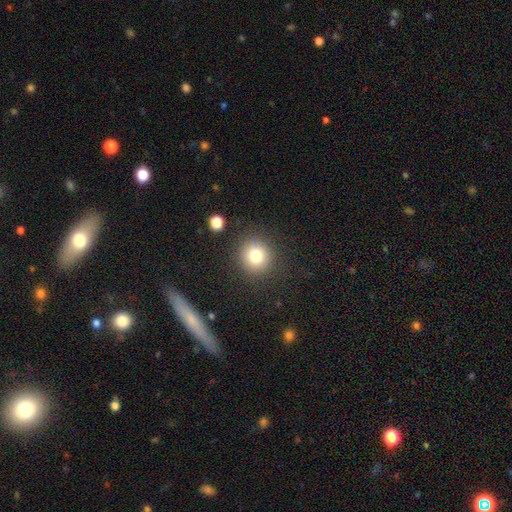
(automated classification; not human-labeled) This is likely a smooth galaxy (79%). How rounded: clearly round (90%). Merging: clearly none (87%).